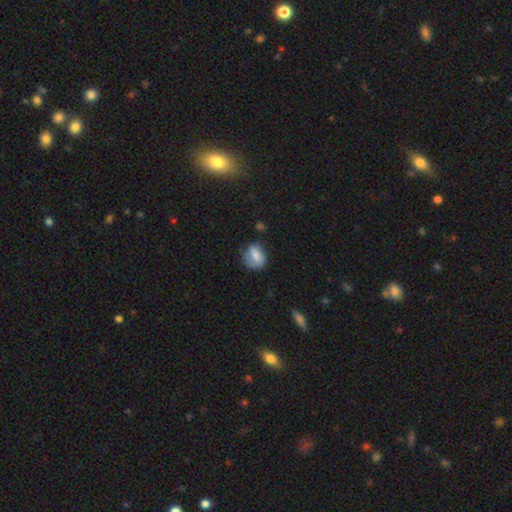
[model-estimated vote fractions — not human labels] Smooth or featured?
  - smooth: 71% *
  - featured or disk: 21%
  - star or artifact: 8%
How rounded?
  - round: 51% *
  - in between: 47%
  - cigar-shaped: 2%
Merging?
  - none: 53% *
  - minor disturbance: 31%
  - major disturbance: 13%
  - merger: 3%